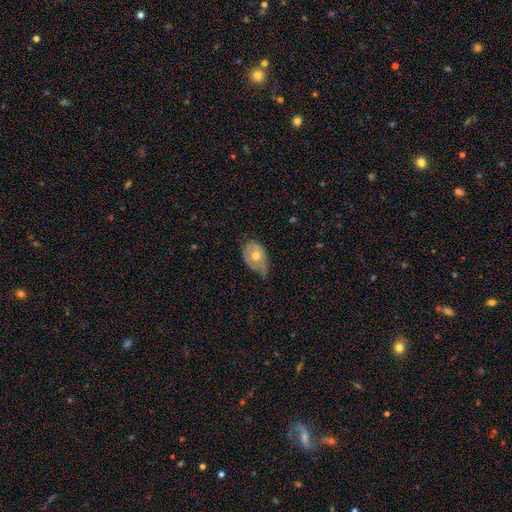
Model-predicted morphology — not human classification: A smooth galaxy with no disk features (56%) that is in between round and cigar-shaped (80%).

Vote fractions:
- Smooth or featured? smooth: 56% / featured or disk: 37% / star or artifact: 7%
- How rounded? in between: 80% / round: 19% / cigar-shaped: 1%
- Merging? minor disturbance: 46% / none: 37% / major disturbance: 15% / merger: 2%